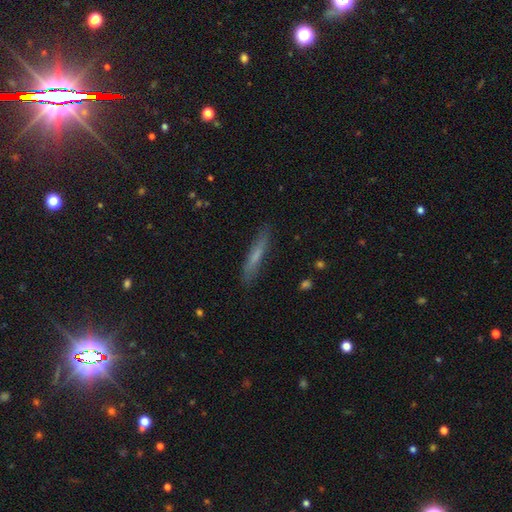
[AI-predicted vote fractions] Smooth or featured? Predicted: smooth (p=0.62). How rounded? Predicted: cigar-shaped (p=0.92). Merging? Predicted: none (p=0.85).